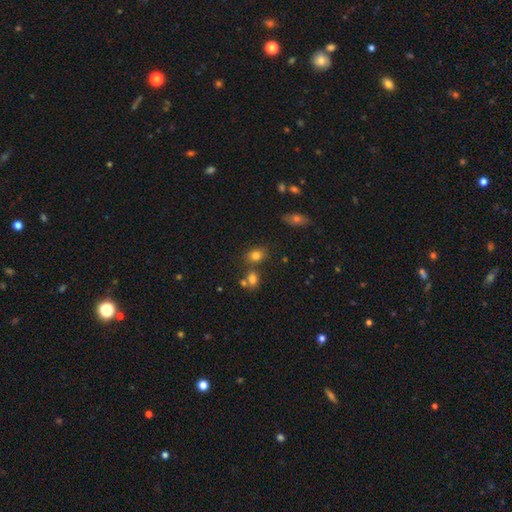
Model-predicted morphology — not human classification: Smooth or featured: smooth — 79% (star or artifact — 13%)
How rounded: in between — 52% (round — 46%)
Merging: none — 66% (merger — 17%)